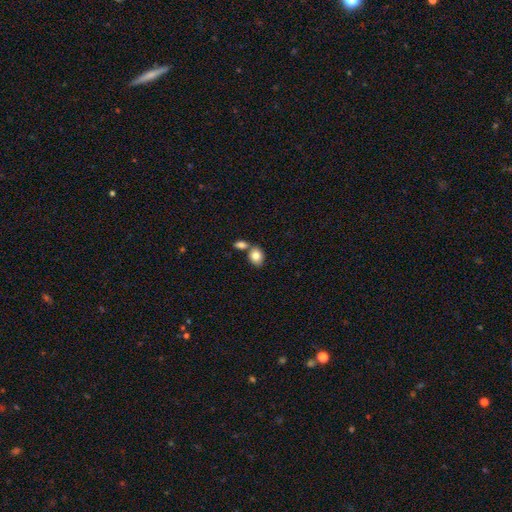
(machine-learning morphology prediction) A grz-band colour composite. It shows a smooth galaxy with no disk features (83%) that is in between round and cigar-shaped (51%). Merging: none (50%).